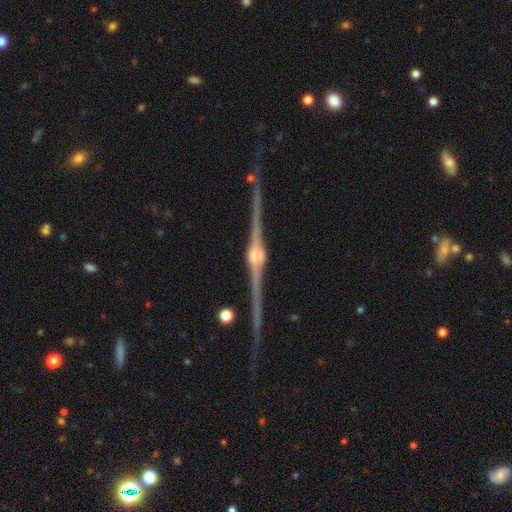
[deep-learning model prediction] Smooth or featured: featured or disk — 91% (star or artifact — 6%)
Edge-on disk: yes — 98% (no — 2%)
Edge-on bulge: rounded — 92% (boxy — 5%)
Merging: none — 89% (minor disturbance — 8%)